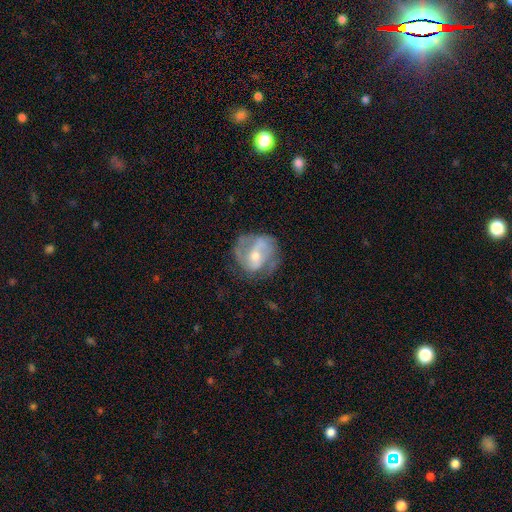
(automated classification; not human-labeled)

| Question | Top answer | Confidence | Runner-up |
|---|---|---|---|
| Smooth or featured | featured or disk | 74% | smooth (19%) |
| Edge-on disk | no | 97% | yes (3%) |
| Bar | weak | 43% | no (35%) |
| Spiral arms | yes | 83% | no (17%) |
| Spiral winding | medium | 47% | loose (27%) |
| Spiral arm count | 2 | 68% | can't tell (16%) |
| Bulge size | moderate | 54% | small (40%) |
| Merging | none | 59% | minor disturbance (23%) |